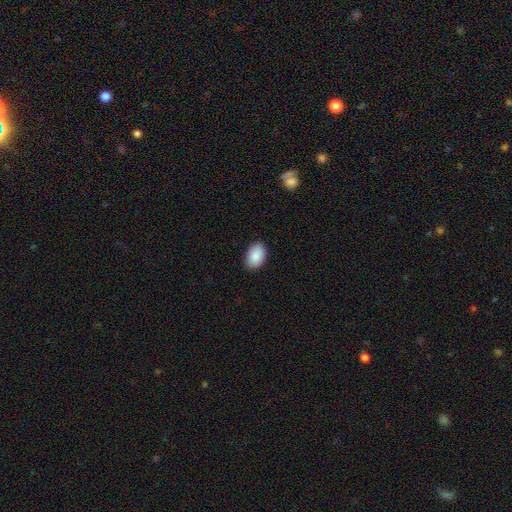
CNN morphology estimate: This is clearly a smooth galaxy (90%). How rounded: clearly in between (89%). Merging: clearly none (87%).